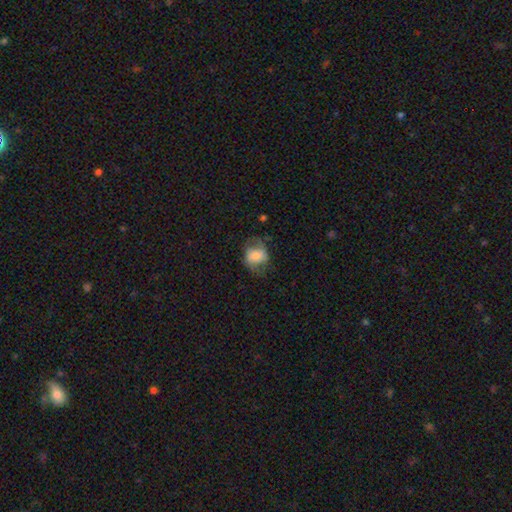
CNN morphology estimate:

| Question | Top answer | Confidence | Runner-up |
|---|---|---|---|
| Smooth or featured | smooth | 62% | featured or disk (30%) |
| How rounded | in between | 51% | round (47%) |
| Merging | none | 57% | minor disturbance (24%) |